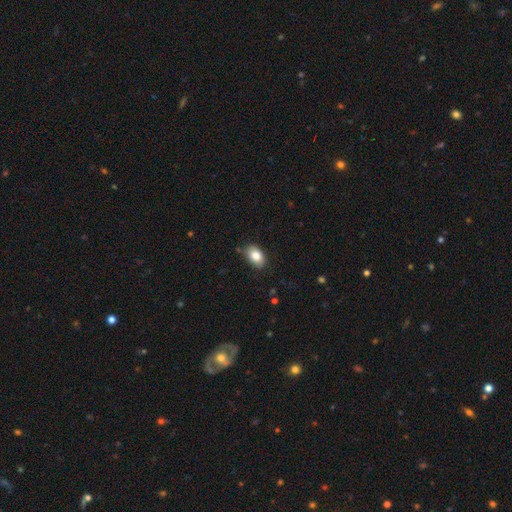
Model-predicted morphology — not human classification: smooth-or-featured: smooth: 84% | featured or disk: 8% | star or artifact: 8%
  how-rounded: in between: 89% | round: 10% | cigar-shaped: 1%
  merging: none: 79% | minor disturbance: 16% | major disturbance: 3% | merger: 2%